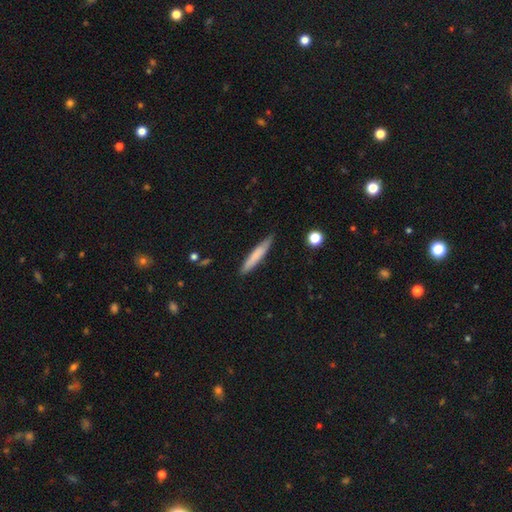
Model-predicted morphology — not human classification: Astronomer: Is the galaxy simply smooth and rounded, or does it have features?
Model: smooth — 73%.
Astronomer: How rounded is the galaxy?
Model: cigar-shaped — 92%.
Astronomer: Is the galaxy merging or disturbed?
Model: none — 84%.